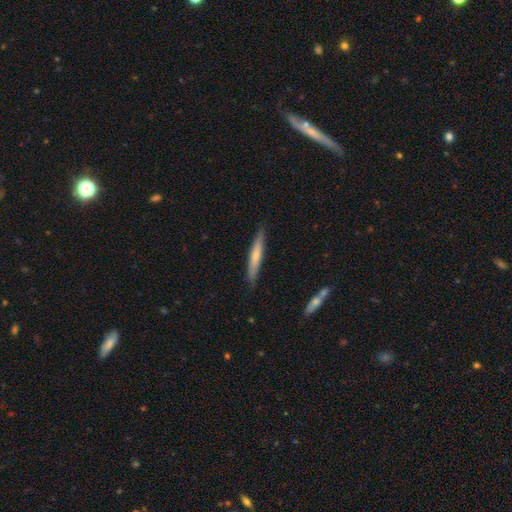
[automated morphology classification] Smooth or featured: smooth — 60% (featured or disk — 34%)
How rounded: cigar-shaped — 93% (in between — 6%)
Merging: none — 87% (minor disturbance — 10%)